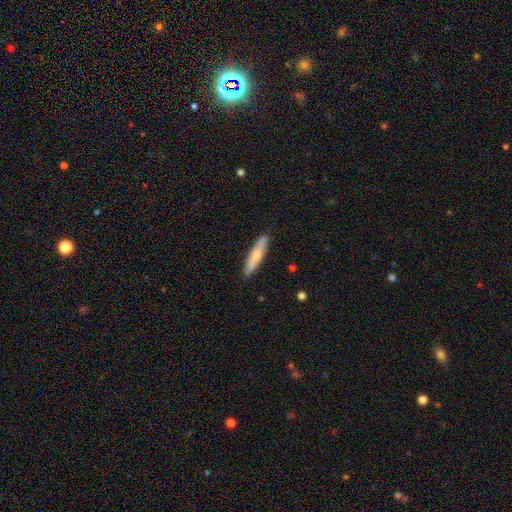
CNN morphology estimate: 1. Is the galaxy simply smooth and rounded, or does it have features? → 69% smooth, 26% featured or disk, 5% star or artifact.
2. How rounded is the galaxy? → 87% cigar-shaped, 11% in between, 1% round.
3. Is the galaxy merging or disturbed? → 89% none, 8% minor disturbance, 1% major disturbance, 1% merger.